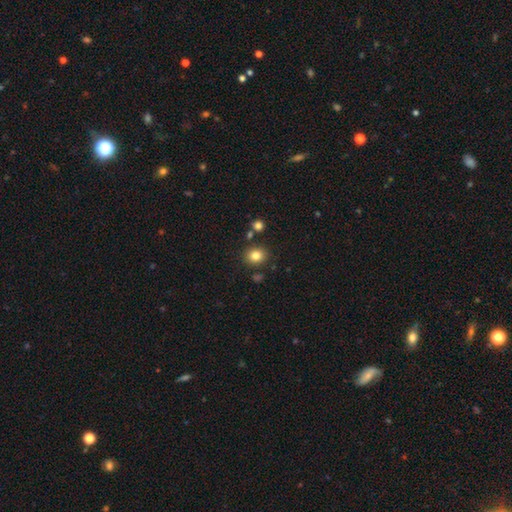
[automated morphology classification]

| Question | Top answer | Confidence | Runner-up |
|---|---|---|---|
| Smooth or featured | smooth | 82% | star or artifact (12%) |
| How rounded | round | 73% | in between (26%) |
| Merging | none | 84% | minor disturbance (8%) |